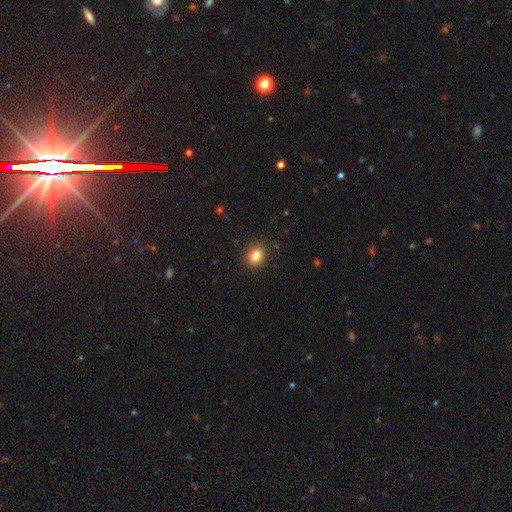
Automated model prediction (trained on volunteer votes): Q: Smooth or featured?
A: smooth (84%); runner-up: star or artifact (10%)
Q: How rounded?
A: in between (51%); runner-up: round (48%)
Q: Merging?
A: none (88%); runner-up: minor disturbance (9%)